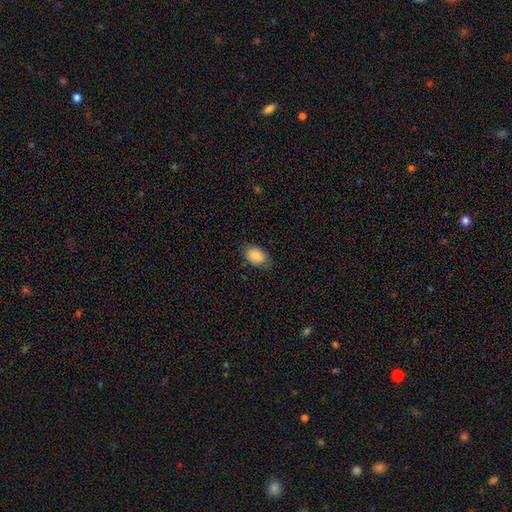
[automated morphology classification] Overall: smooth (85%). How rounded: in between (85%). Merging: none (75%).